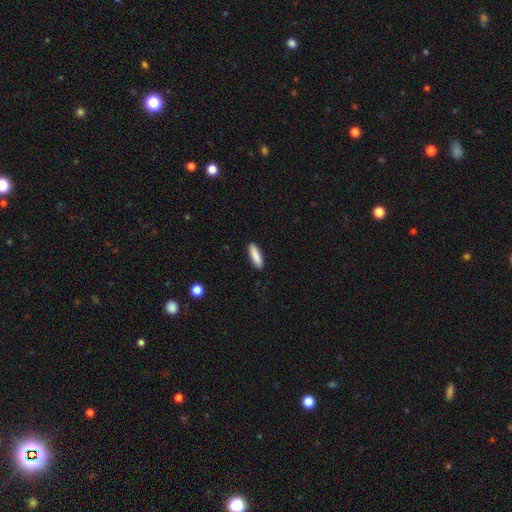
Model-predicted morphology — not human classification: A smooth galaxy with no disk features (88%) that is cigar-shaped (57%).

Vote fractions:
- Smooth or featured? smooth: 88% / featured or disk: 6% / star or artifact: 6%
- How rounded? cigar-shaped: 57% / in between: 42% / round: 2%
- Merging? none: 90% / minor disturbance: 8% / major disturbance: 2% / merger: 1%